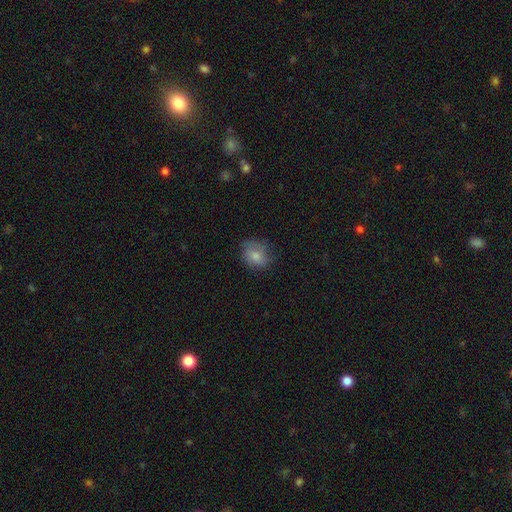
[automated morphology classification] Q: Smooth or featured?
A: smooth (75%); runner-up: featured or disk (16%)
Q: How rounded?
A: round (54%); runner-up: in between (44%)
Q: Merging?
A: none (65%); runner-up: minor disturbance (25%)